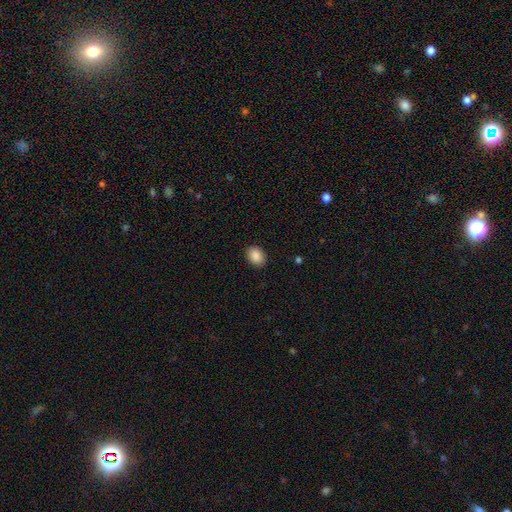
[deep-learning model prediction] Smooth or featured: smooth — 89% (star or artifact — 8%)
How rounded: in between — 66% (round — 34%)
Merging: none — 89% (minor disturbance — 8%)